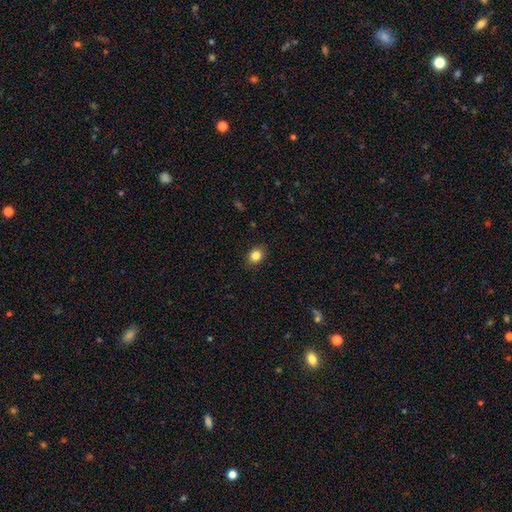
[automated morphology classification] smooth_or_featured: smooth (p=0.85) [alt: star or artifact p=0.10]
how_rounded: in between (p=0.51) [alt: round p=0.48]
merging: none (p=0.88) [alt: minor disturbance p=0.09]